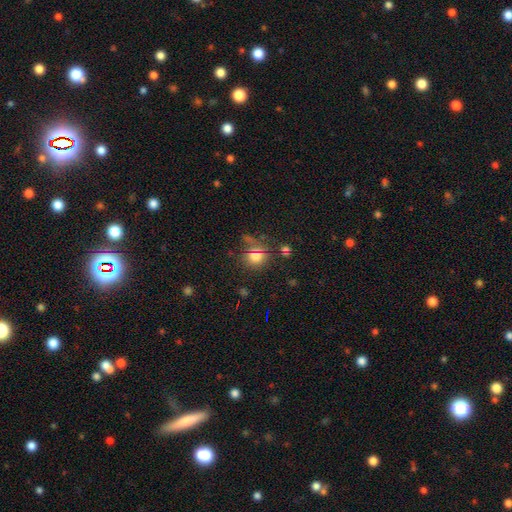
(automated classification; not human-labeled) Q: Smooth or featured?
A: smooth (67%); runner-up: star or artifact (24%)
Q: How rounded?
A: round (79%); runner-up: in between (20%)
Q: Merging?
A: none (71%); runner-up: minor disturbance (14%)